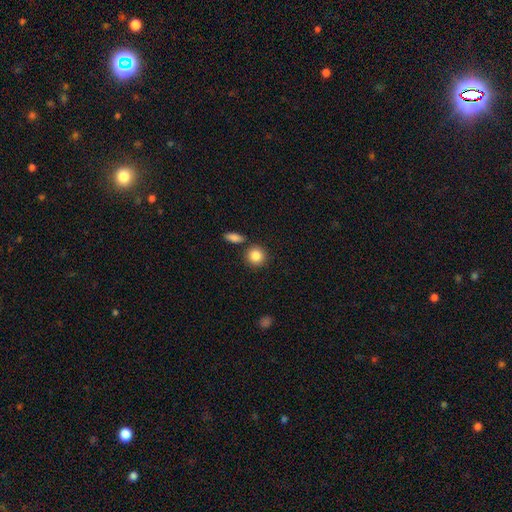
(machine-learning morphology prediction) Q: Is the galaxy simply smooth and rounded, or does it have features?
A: smooth — 86%.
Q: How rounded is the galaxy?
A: round — 89%.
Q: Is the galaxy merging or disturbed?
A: none — 80%.